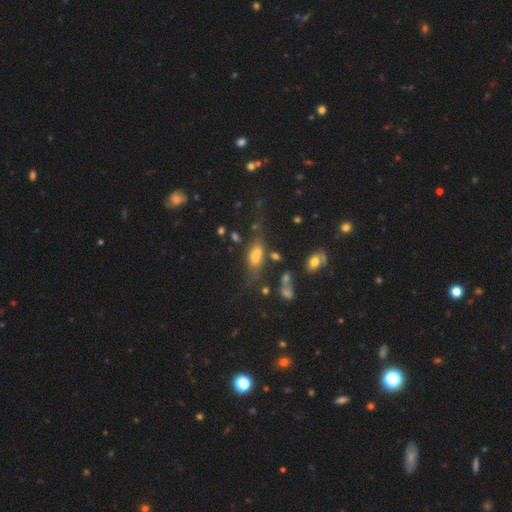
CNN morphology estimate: This appears to be a smooth galaxy with no disk features (49%). Merging: none (52%).